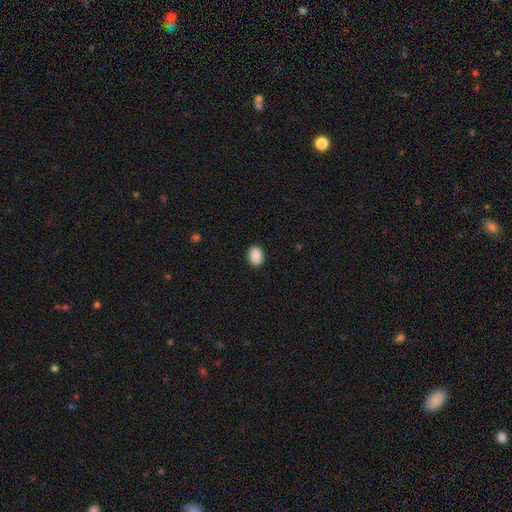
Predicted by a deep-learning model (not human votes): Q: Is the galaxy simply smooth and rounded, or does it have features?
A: smooth — 91%.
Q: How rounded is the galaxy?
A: in between — 75%.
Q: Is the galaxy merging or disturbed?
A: none — 91%.